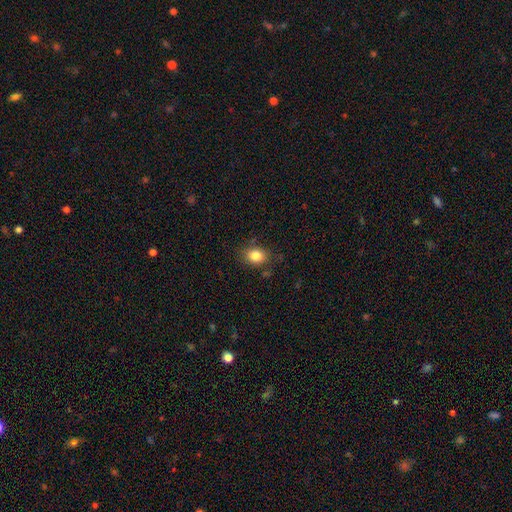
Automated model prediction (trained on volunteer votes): A smooth galaxy with no disk features (84%) that is in between round and cigar-shaped (59%).

Vote fractions:
- Smooth or featured? smooth: 84% / star or artifact: 10% / featured or disk: 6%
- How rounded? in between: 59% / round: 40% / cigar-shaped: 1%
- Merging? none: 80% / minor disturbance: 14% / major disturbance: 4% / merger: 2%